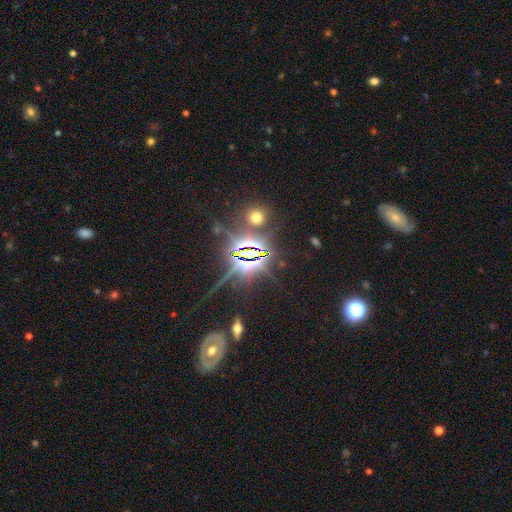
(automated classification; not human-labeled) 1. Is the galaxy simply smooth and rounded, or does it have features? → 76% star or artifact, 14% featured or disk, 10% smooth.